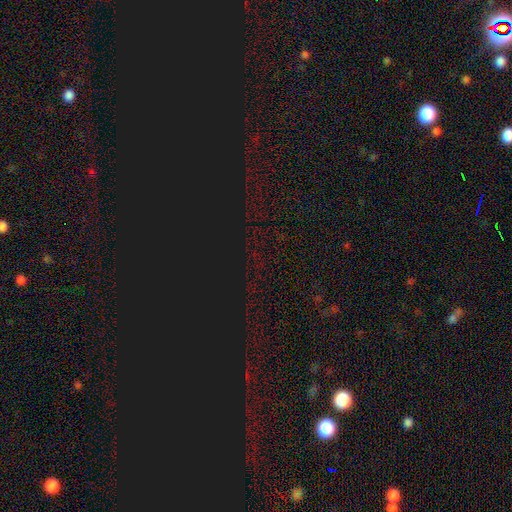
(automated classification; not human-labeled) Overall: star or artifact (83%).